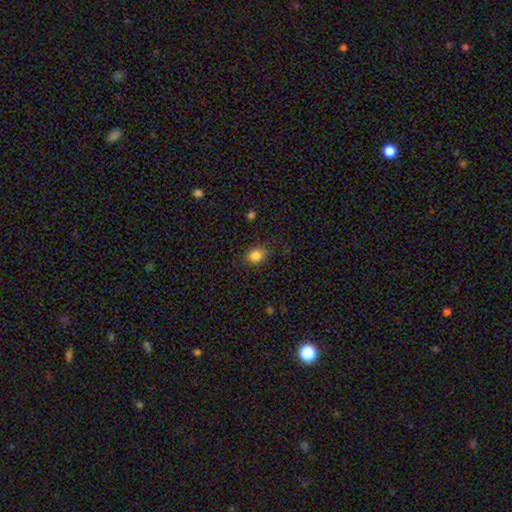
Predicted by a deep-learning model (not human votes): smooth-or-featured: smooth: 84% | star or artifact: 11% | featured or disk: 6%
  how-rounded: round: 55% | in between: 44% | cigar-shaped: 1%
  merging: none: 80% | minor disturbance: 15% | major disturbance: 4% | merger: 1%